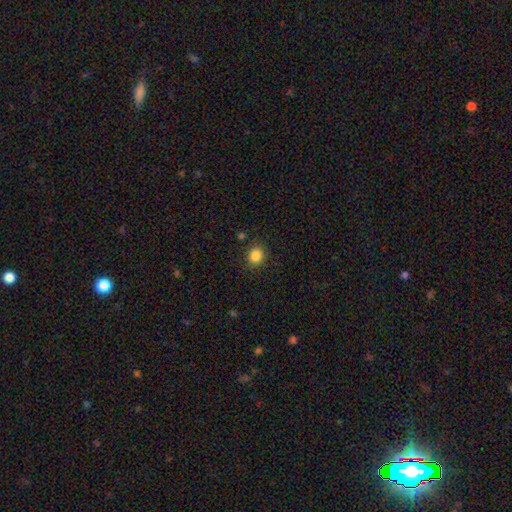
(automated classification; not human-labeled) Smooth or featured? Predicted: smooth (p=0.85). How rounded? Predicted: round (p=0.77). Merging? Predicted: none (p=0.87).